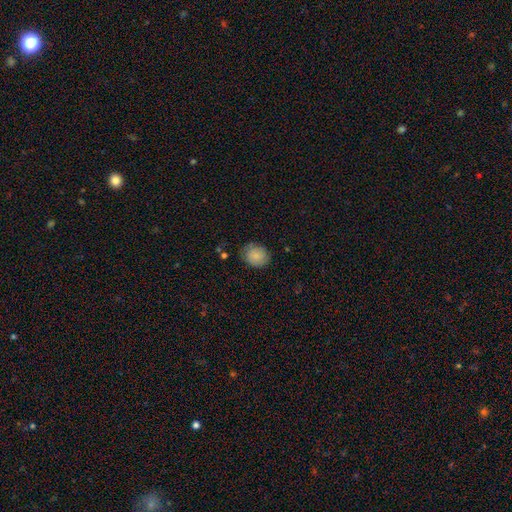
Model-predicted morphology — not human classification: smooth-or-featured: smooth: 83% | featured or disk: 10% | star or artifact: 8%
  how-rounded: round: 63% | in between: 37% | cigar-shaped: 1%
  merging: none: 74% | minor disturbance: 19% | major disturbance: 5% | merger: 2%